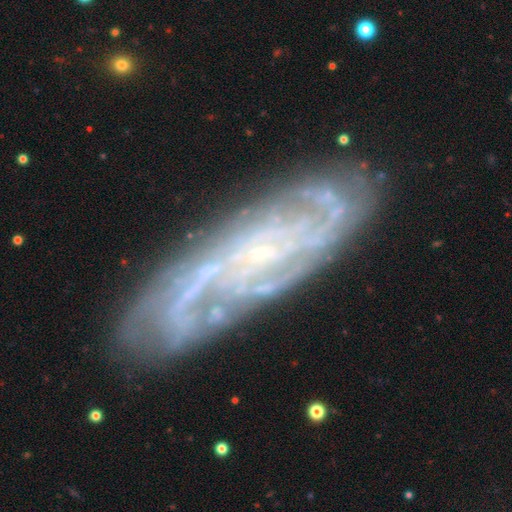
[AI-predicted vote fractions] smooth-or-featured: featured or disk: 87% | smooth: 7% | star or artifact: 6%
  disk-edge-on: no: 88% | yes: 12%
    bar: no: 63% | weak: 28% | strong: 9%
    has-spiral-arms: yes: 97% | no: 3%
      spiral-winding: tight: 64% | medium: 30% | loose: 6%
      spiral-arm-count: can't tell: 29% | 2: 21% | 3: 19% | 4: 15% | more than 4: 9% | 1: 7%
    bulge-size: small: 83% | moderate: 9% | none: 6% | large: 1% | dominant: 1%
  merging: none: 77% | minor disturbance: 15% | major disturbance: 5% | merger: 2%